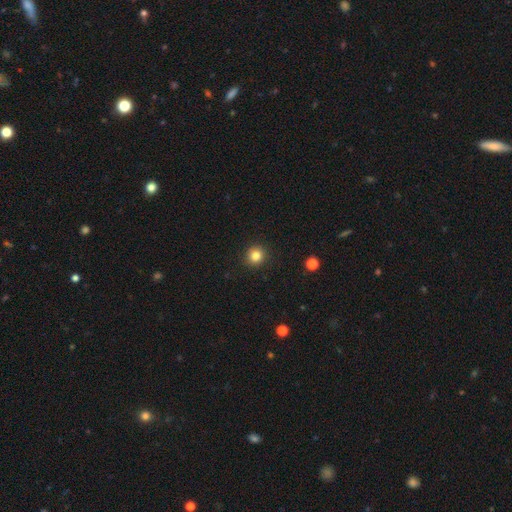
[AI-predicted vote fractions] Smooth or featured: smooth — 82% (star or artifact — 12%)
How rounded: round — 93% (in between — 6%)
Merging: none — 92% (minor disturbance — 5%)